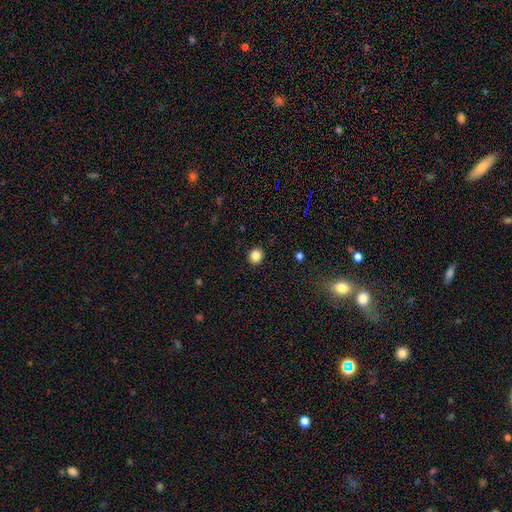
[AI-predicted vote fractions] smooth 85%, star or artifact 11%, featured or disk 5%. Down the decision tree: how rounded — round (83%); merging — none (92%).